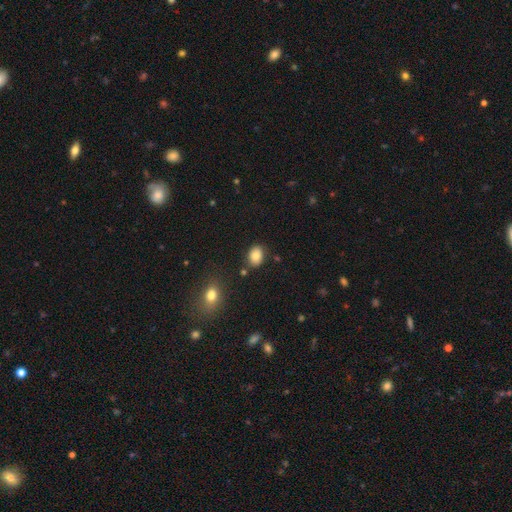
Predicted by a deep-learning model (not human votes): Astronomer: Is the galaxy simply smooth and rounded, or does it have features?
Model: smooth — 84%.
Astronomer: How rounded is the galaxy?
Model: in between — 71%.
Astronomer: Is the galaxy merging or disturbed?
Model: none — 82%.